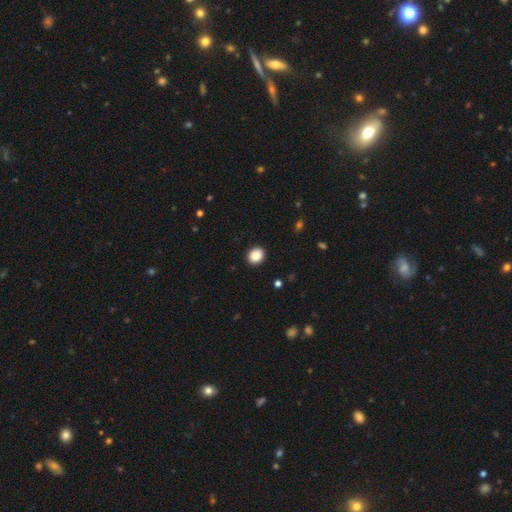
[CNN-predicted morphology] A smooth galaxy with no disk features (89%) that is round (64%). Merging: none (91%).